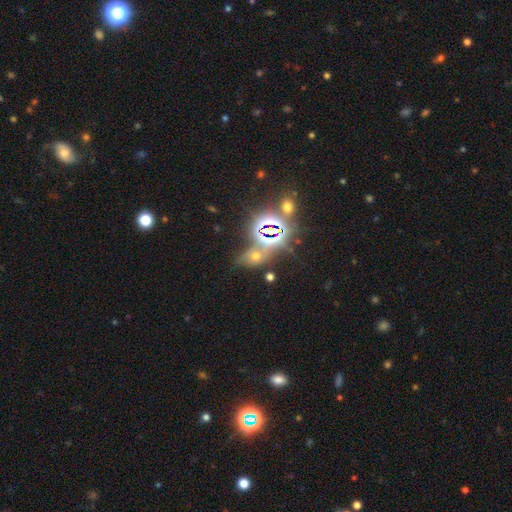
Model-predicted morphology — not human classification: Overall: star or artifact (48%; smooth 40%).